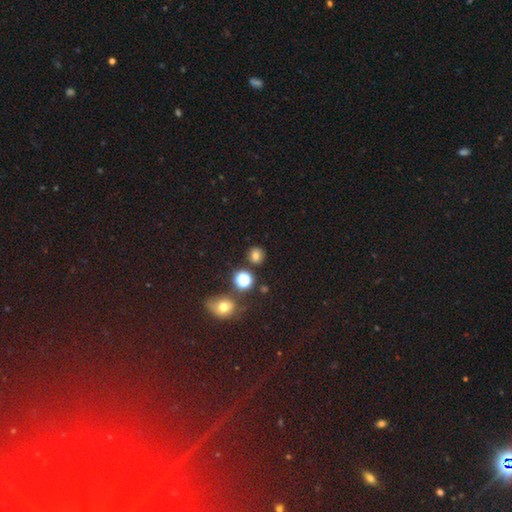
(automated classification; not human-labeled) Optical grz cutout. It shows a smooth galaxy with no disk features (73%) that is round (86%). Merging: none (84%).